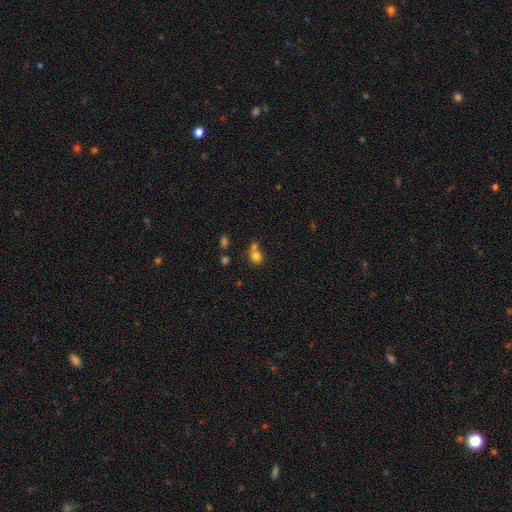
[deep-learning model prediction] The model was most divided on "merging": merger: 44%, none: 42%, minor disturbance: 9%, major disturbance: 5%. More confident: smooth or featured — smooth (77%); how rounded — round (76%).